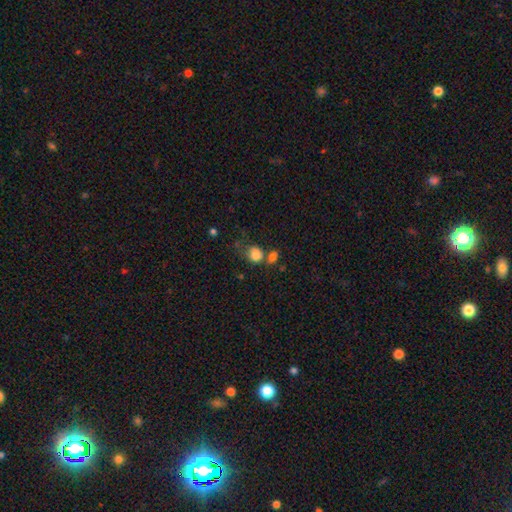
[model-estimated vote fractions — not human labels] smooth_or_featured: smooth (p=0.82) [alt: star or artifact p=0.10]
how_rounded: round (p=0.68) [alt: in between p=0.31]
merging: none (p=0.41) [alt: merger p=0.33]